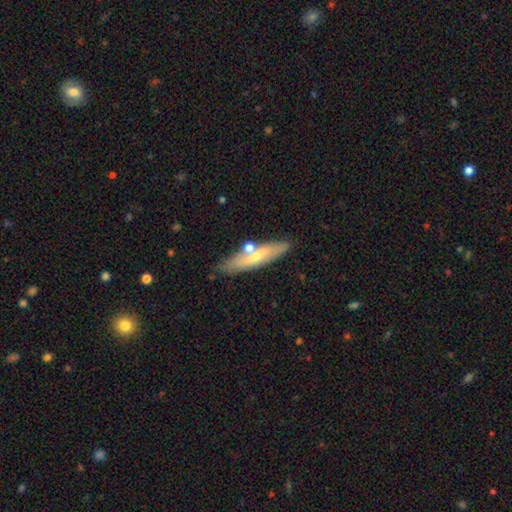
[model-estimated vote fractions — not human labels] Smooth or featured?
  - smooth: 49% *
  - featured or disk: 44%
  - star or artifact: 7%
Merging?
  - none: 74% *
  - minor disturbance: 13%
  - merger: 10%
  - major disturbance: 3%